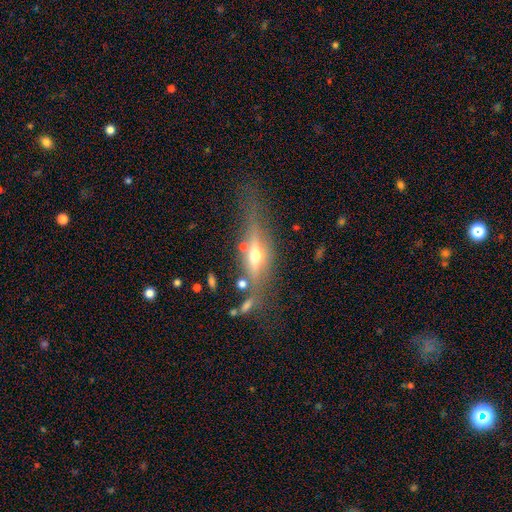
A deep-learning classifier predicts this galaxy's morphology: Smooth or featured? featured or disk (65%)
Edge-on disk? yes (87%)
Edge-on bulge? rounded (93%)
Merging? none (63%)